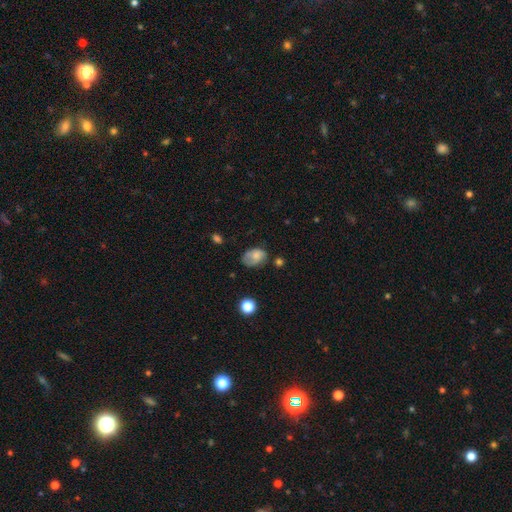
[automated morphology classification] Smooth or featured?
  - smooth: 69% *
  - featured or disk: 22%
  - star or artifact: 9%
How rounded?
  - in between: 79% *
  - round: 20%
  - cigar-shaped: 1%
Merging?
  - none: 45% *
  - minor disturbance: 34%
  - major disturbance: 16%
  - merger: 4%